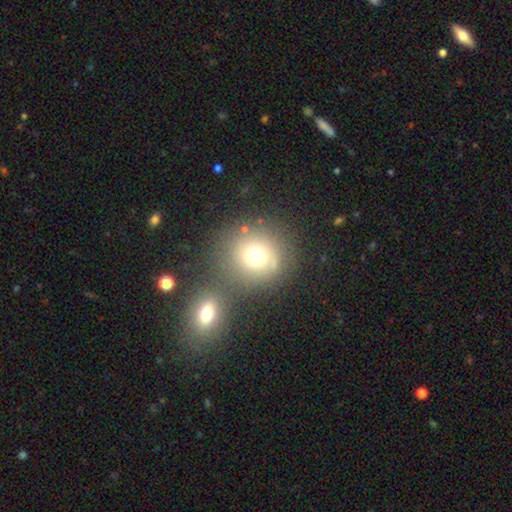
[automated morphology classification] A smooth galaxy with no disk features (71%) that is round (86%). Merging: none (56%).